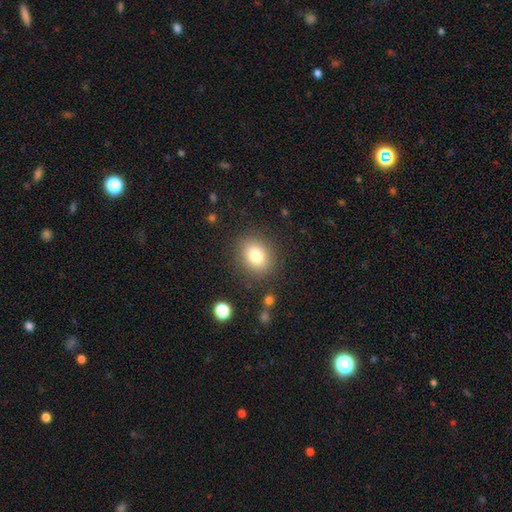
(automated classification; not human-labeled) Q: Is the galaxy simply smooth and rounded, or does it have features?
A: smooth — 81%.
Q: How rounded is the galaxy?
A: round — 59%.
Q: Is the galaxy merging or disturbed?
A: none — 85%.